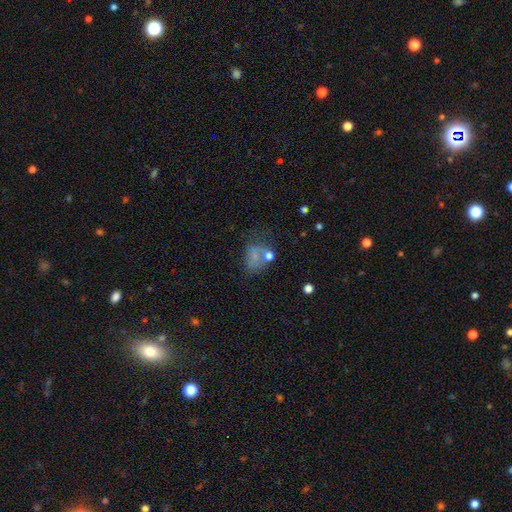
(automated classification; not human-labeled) Smooth or featured? Predicted: smooth (p=0.58). How rounded? Predicted: in between (p=0.61). Merging? Predicted: none (p=0.37).